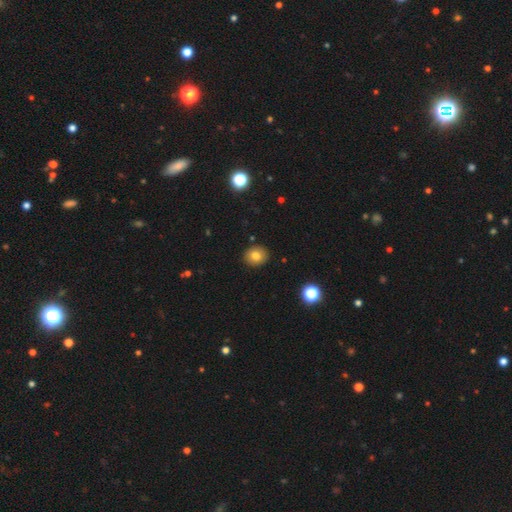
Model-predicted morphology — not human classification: Smooth or featured?
  - smooth: 79% *
  - star or artifact: 11%
  - featured or disk: 10%
How rounded?
  - round: 68% *
  - in between: 31%
  - cigar-shaped: 1%
Merging?
  - none: 89% *
  - minor disturbance: 7%
  - major disturbance: 2%
  - merger: 2%